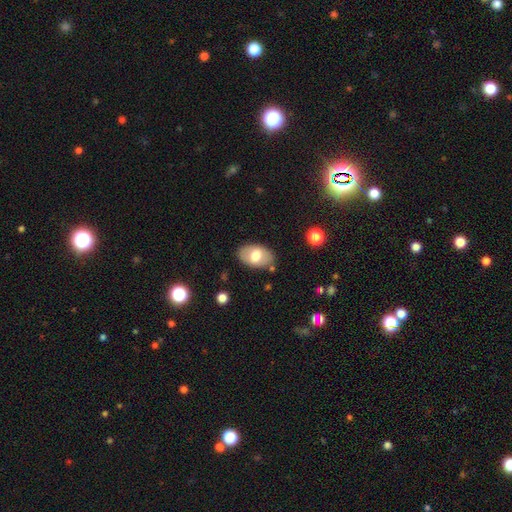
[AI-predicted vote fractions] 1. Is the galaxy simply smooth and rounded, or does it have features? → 66% smooth, 27% featured or disk, 6% star or artifact.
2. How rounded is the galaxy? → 91% in between, 8% round, 1% cigar-shaped.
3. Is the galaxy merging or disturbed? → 82% none, 12% minor disturbance, 3% major disturbance, 2% merger.